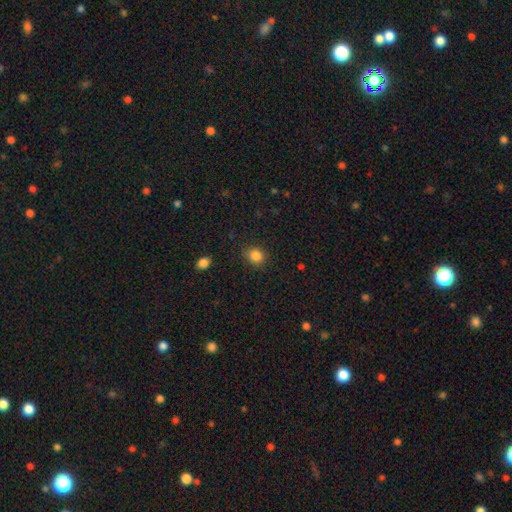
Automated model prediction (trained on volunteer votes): The model was most divided on "how rounded": round: 76%, in between: 24%, cigar-shaped: 1%. More confident: merging — none (87%); smooth or featured — smooth (85%).